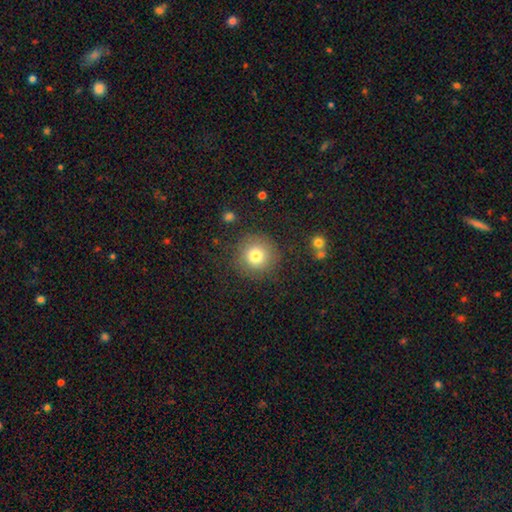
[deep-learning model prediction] smooth_or_featured: smooth (p=0.77) [alt: star or artifact p=0.12]
how_rounded: round (p=0.94) [alt: in between p=0.05]
merging: none (p=0.84) [alt: minor disturbance p=0.10]